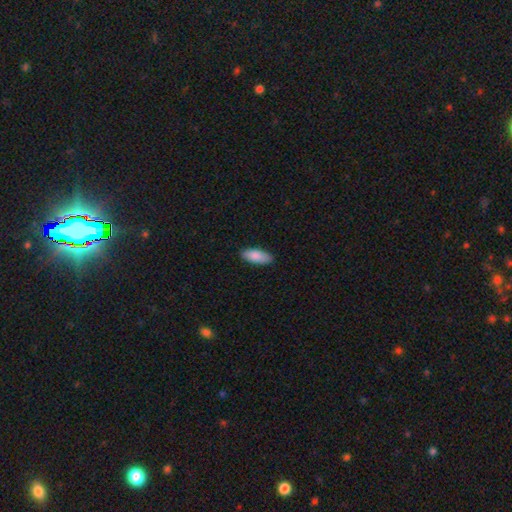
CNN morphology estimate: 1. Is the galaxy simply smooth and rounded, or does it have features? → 87% smooth, 7% featured or disk, 6% star or artifact.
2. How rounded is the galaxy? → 81% in between, 17% cigar-shaped, 2% round.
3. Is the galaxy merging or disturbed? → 87% none, 10% minor disturbance, 2% major disturbance, 1% merger.